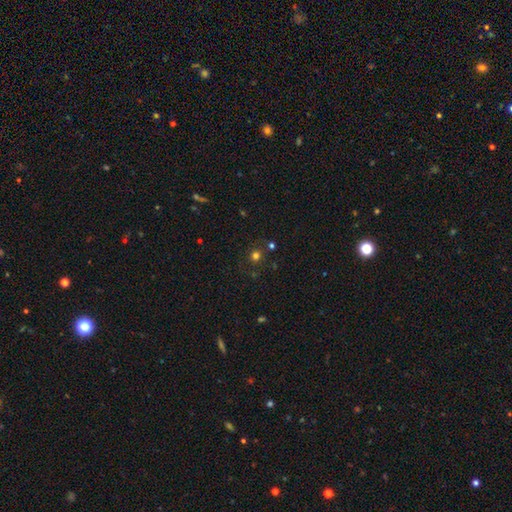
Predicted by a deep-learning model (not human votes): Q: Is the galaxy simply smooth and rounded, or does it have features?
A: smooth — 67%.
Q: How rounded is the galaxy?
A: round — 91%.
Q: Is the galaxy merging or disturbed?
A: none — 81%.